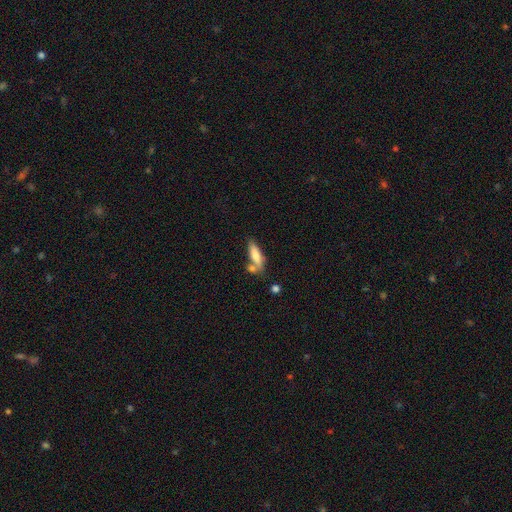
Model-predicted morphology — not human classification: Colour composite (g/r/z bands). It shows a smooth galaxy with no disk features (73%) that is cigar-shaped (53%). Merging: none (51%).